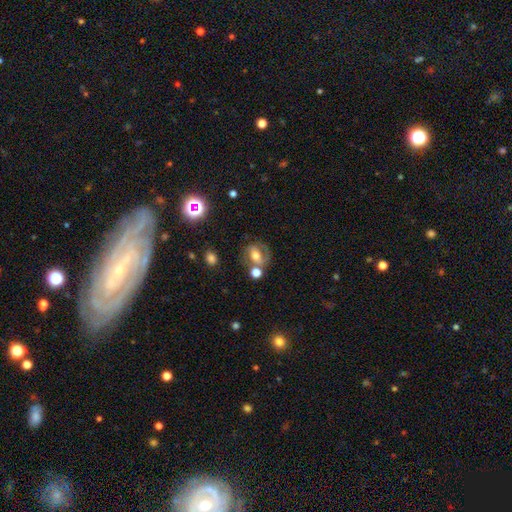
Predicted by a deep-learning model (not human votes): Overall: featured or disk (48%; smooth 40%). Merging: none (55%; merger 19%).